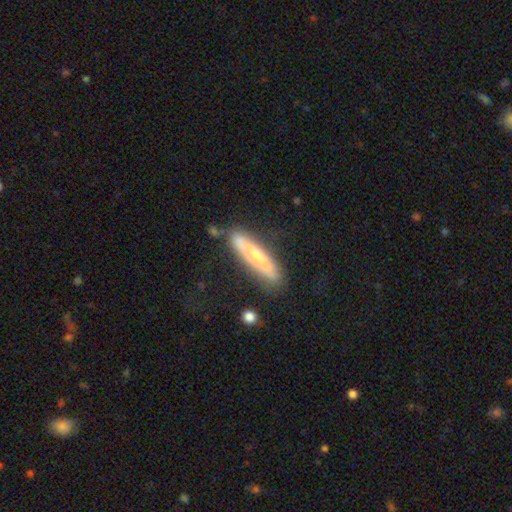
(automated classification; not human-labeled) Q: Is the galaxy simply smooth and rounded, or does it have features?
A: smooth — 49%.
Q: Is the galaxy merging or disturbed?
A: none — 72%.